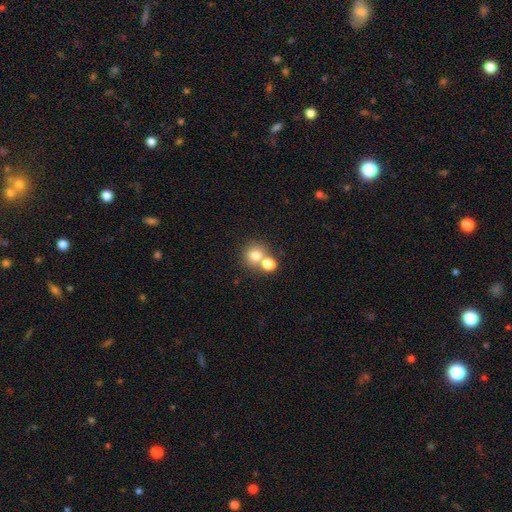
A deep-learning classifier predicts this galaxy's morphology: Smooth or featured?
  - smooth: 76% *
  - featured or disk: 12%
  - star or artifact: 12%
How rounded?
  - round: 82% *
  - in between: 17%
  - cigar-shaped: 1%
Merging?
  - merger: 49% *
  - none: 42%
  - minor disturbance: 6%
  - major disturbance: 3%